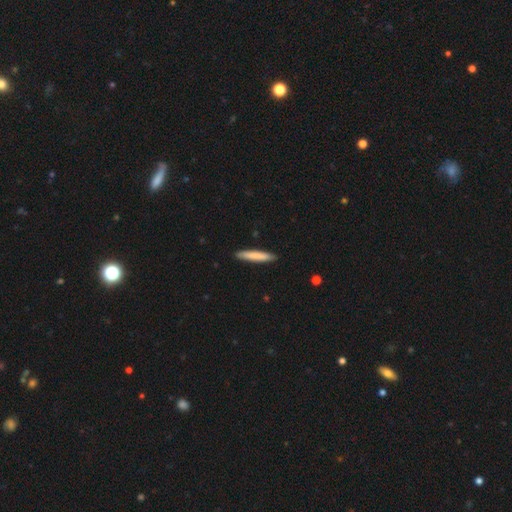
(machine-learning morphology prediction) smooth 79%, featured or disk 16%, star or artifact 5%. Down the decision tree: how rounded — cigar-shaped (94%); merging — none (90%).